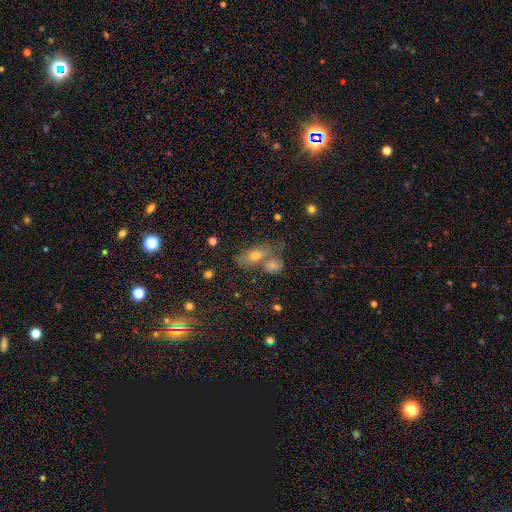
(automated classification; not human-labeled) smooth-or-featured: smooth: 63% | featured or disk: 20% | star or artifact: 17%
  how-rounded: in between: 76% | round: 17% | cigar-shaped: 7%
  merging: none: 43% | merger: 38% | minor disturbance: 12% | major disturbance: 7%